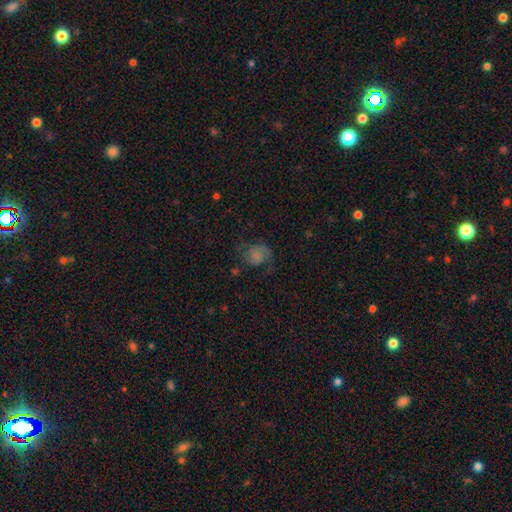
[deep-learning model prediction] This appears to be a featured or disk galaxy (45%). Merging: none (58%).